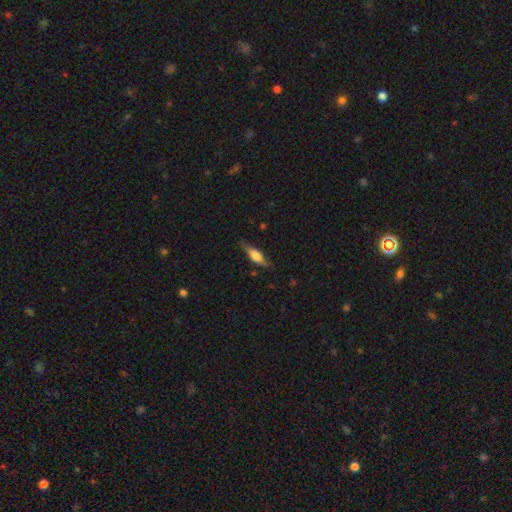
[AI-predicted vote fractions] A smooth galaxy with no disk features (48%). Merging: none (78%).